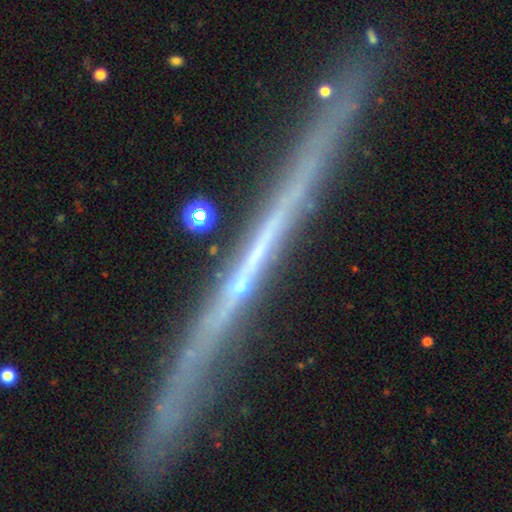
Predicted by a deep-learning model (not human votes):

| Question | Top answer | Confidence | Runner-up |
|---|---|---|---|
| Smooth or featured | featured or disk | 74% | smooth (17%) |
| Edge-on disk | yes | 97% | no (3%) |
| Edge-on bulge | none | 86% | rounded (10%) |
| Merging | none | 87% | minor disturbance (9%) |